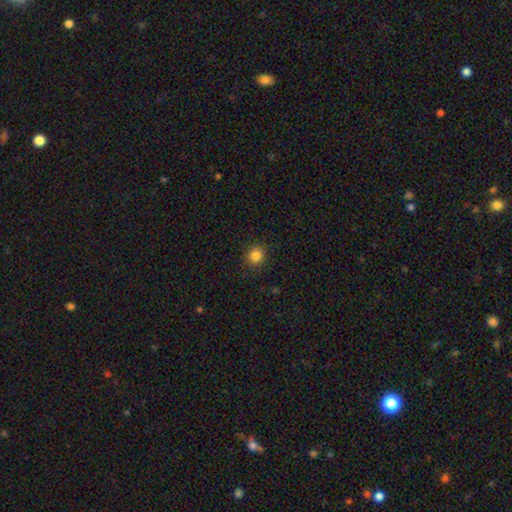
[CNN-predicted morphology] Smooth or featured? Predicted: smooth (p=0.85). How rounded? Predicted: round (p=0.85). Merging? Predicted: none (p=0.90).